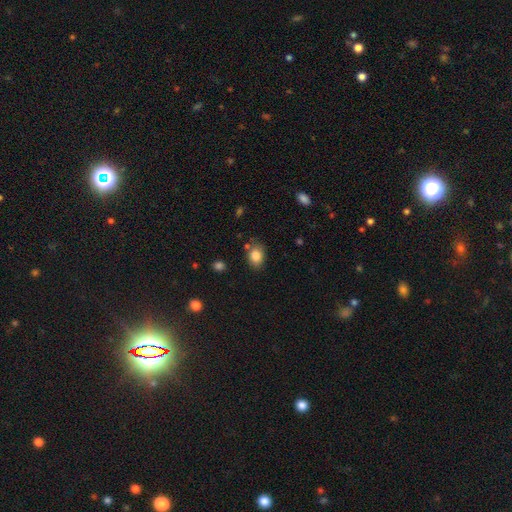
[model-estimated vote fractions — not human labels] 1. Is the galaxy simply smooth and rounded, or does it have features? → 83% smooth, 9% star or artifact, 7% featured or disk.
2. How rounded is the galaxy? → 67% in between, 32% round, 1% cigar-shaped.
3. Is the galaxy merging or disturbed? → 75% none, 17% minor disturbance, 5% merger, 4% major disturbance.